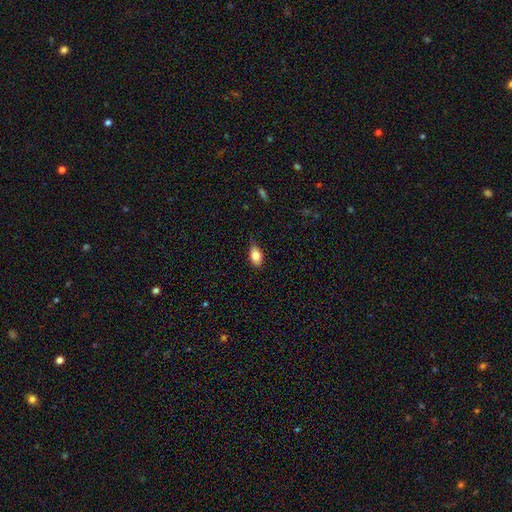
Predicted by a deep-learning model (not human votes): Smooth or featured: smooth — 83% (featured or disk — 9%)
How rounded: in between — 87% (round — 9%)
Merging: none — 75% (minor disturbance — 21%)